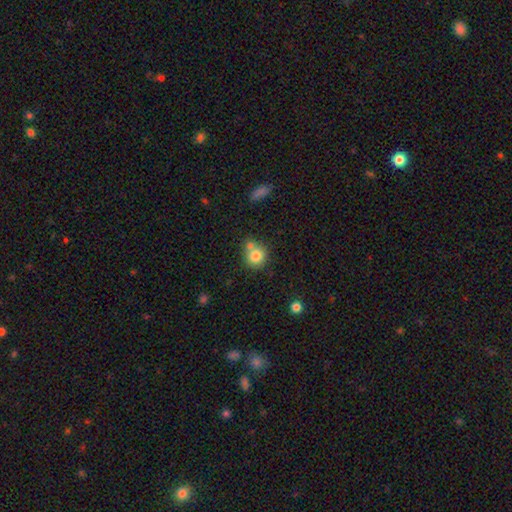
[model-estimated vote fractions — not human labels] Q: Smooth or featured?
A: smooth (79%); runner-up: featured or disk (11%)
Q: How rounded?
A: round (85%); runner-up: in between (14%)
Q: Merging?
A: none (54%); runner-up: merger (31%)